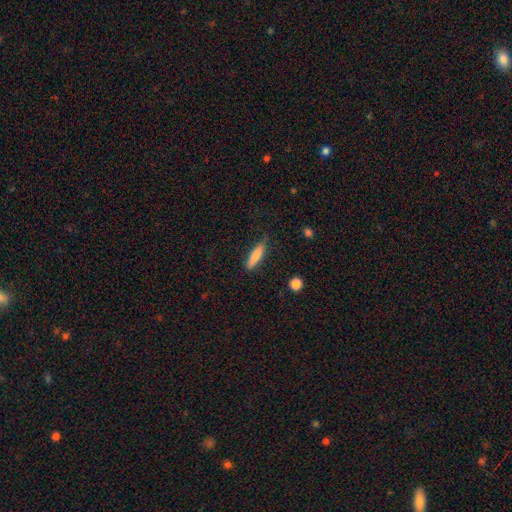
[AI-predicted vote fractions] This is clearly a smooth galaxy (82%). How rounded: likely cigar-shaped (71%). Merging: clearly none (82%).